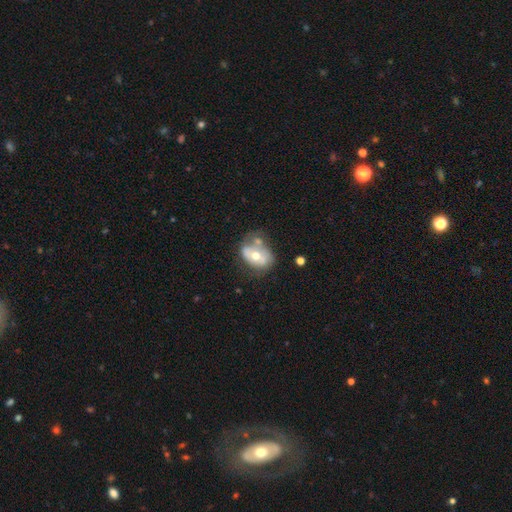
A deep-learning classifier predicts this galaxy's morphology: Smooth or featured: featured or disk — 49% (smooth — 44%)
Merging: none — 38% (minor disturbance — 26%)